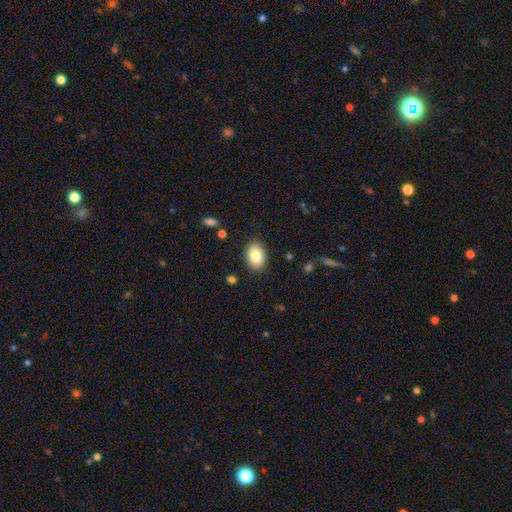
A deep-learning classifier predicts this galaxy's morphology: Smooth or featured?
  - smooth: 84% *
  - featured or disk: 8%
  - star or artifact: 8%
How rounded?
  - in between: 82% *
  - round: 17%
  - cigar-shaped: 1%
Merging?
  - none: 88% *
  - minor disturbance: 9%
  - major disturbance: 2%
  - merger: 1%